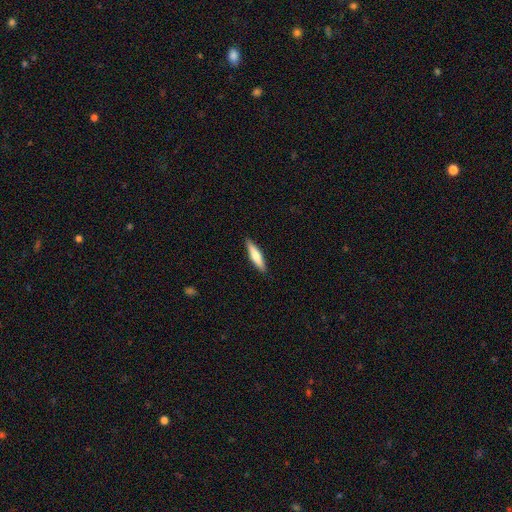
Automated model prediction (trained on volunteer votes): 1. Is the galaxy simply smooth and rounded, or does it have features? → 66% smooth, 29% featured or disk, 5% star or artifact.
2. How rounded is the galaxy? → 79% cigar-shaped, 20% in between, 1% round.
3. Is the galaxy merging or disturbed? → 90% none, 7% minor disturbance, 2% major disturbance, 1% merger.